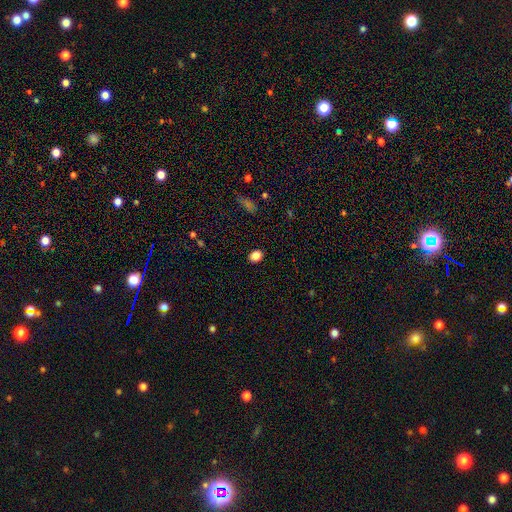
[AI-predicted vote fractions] This is clearly a smooth galaxy (86%). How rounded: possibly in between (51%). Merging: clearly none (90%).